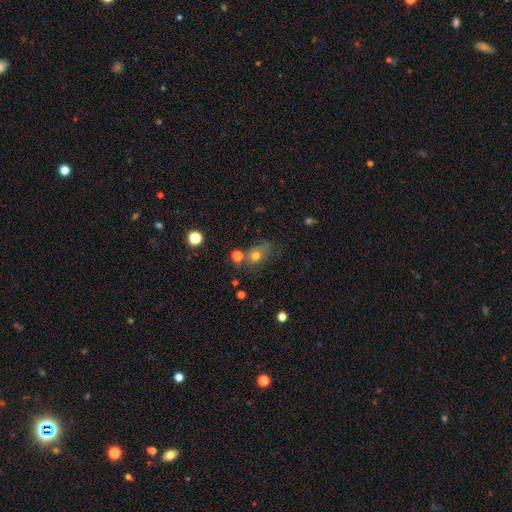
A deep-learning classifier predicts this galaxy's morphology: smooth-or-featured: smooth: 70% | star or artifact: 16% | featured or disk: 15%
  how-rounded: in between: 55% | round: 43% | cigar-shaped: 2%
  merging: none: 48% | minor disturbance: 22% | merger: 17% | major disturbance: 13%